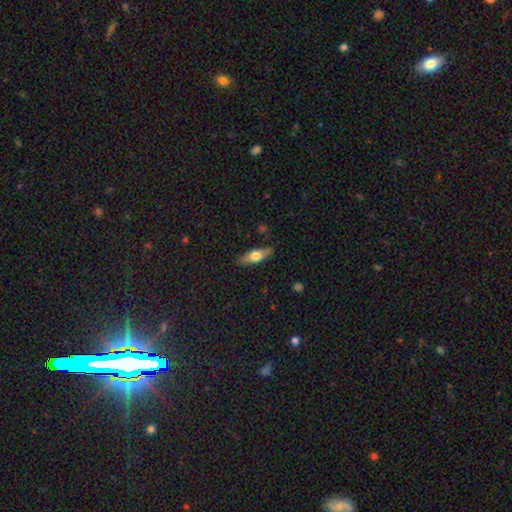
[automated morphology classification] smooth 54%, featured or disk 40%, star or artifact 6%. Down the decision tree: how rounded — in between (55%); merging — none (86%).